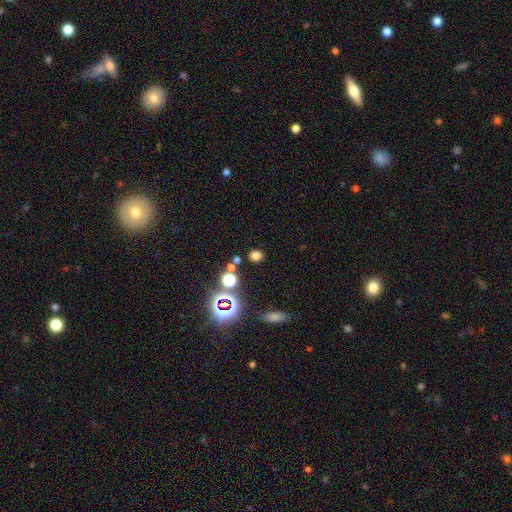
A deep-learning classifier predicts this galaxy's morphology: A smooth galaxy with no disk features (68%) that is round (59%).

Vote fractions:
- Smooth or featured? smooth: 68% / star or artifact: 26% / featured or disk: 6%
- How rounded? round: 59% / in between: 40% / cigar-shaped: 2%
- Merging? none: 83% / minor disturbance: 8% / merger: 5% / major disturbance: 3%